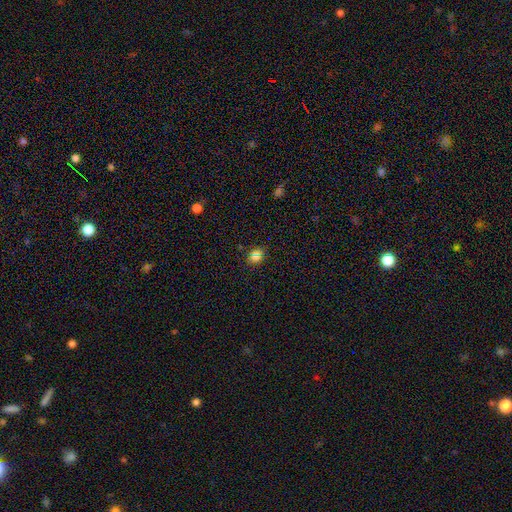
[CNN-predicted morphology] Smooth or featured? smooth (64%)
How rounded? round (64%)
Merging? none (83%)